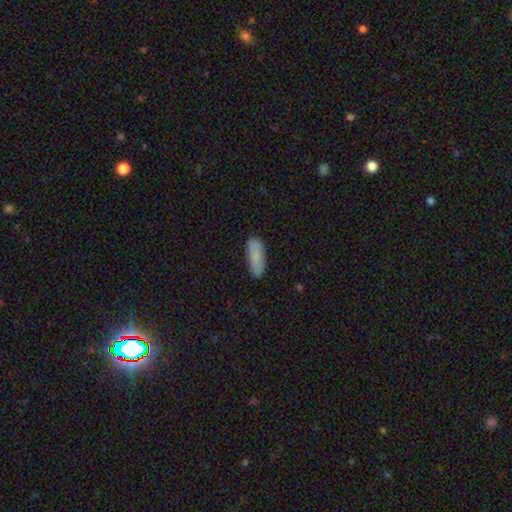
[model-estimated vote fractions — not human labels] Q: Smooth or featured?
A: smooth (85%); runner-up: featured or disk (9%)
Q: How rounded?
A: in between (65%); runner-up: cigar-shaped (33%)
Q: Merging?
A: none (85%); runner-up: minor disturbance (12%)